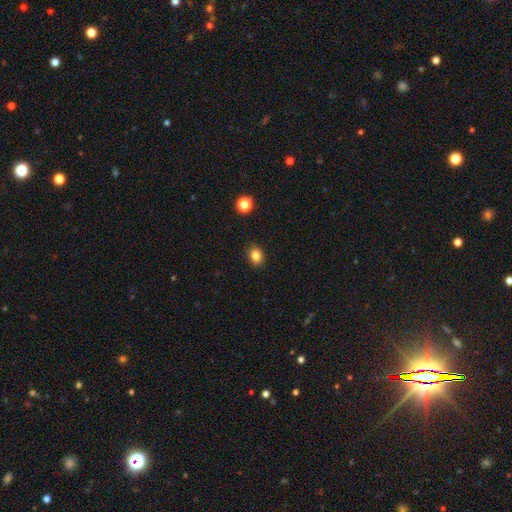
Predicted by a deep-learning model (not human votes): Overall: smooth (83%). How rounded: in between (55%; round 44%). Merging: none (89%).